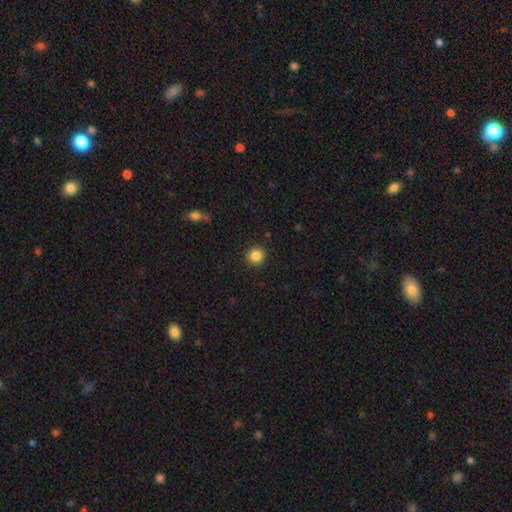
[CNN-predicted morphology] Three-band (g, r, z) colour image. It shows a smooth galaxy with no disk features (86%) that is round (93%). Merging: none (92%).